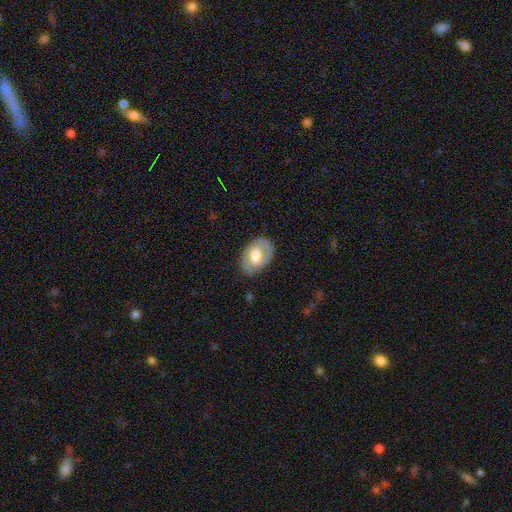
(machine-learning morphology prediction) smooth-or-featured: featured or disk: 57% | smooth: 37% | star or artifact: 6%
  disk-edge-on: no: 94% | yes: 6%
    bar: no: 55% | weak: 34% | strong: 11%
    has-spiral-arms: yes: 58% | no: 42%
    bulge-size: large: 44% | moderate: 43% | small: 7% | dominant: 4% | none: 3%
  merging: none: 79% | minor disturbance: 15% | major disturbance: 5% | merger: 1%